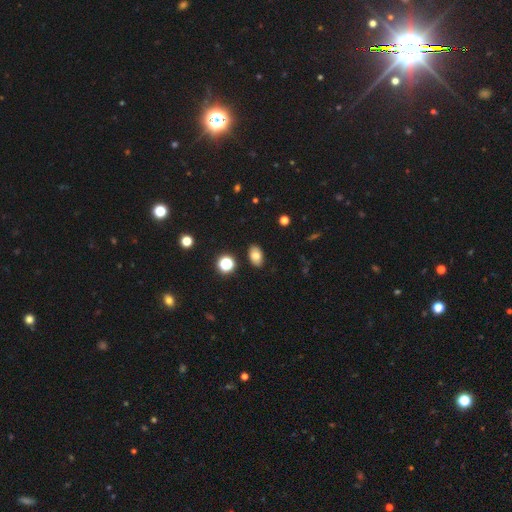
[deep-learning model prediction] smooth_or_featured: smooth (p=0.78) [alt: star or artifact p=0.12]
how_rounded: in between (p=0.88) [alt: round p=0.10]
merging: none (p=0.87) [alt: minor disturbance p=0.09]